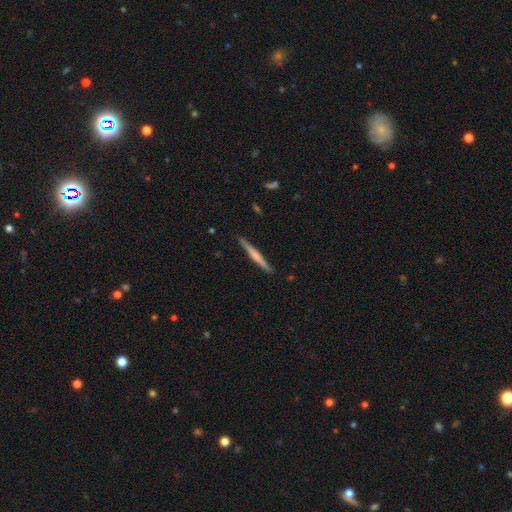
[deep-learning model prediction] This is possibly a featured or disk galaxy (52%). It is clearly viewed edge-on (98%). Edge-on bulge: marginally none (44%). Merging: clearly none (90%).